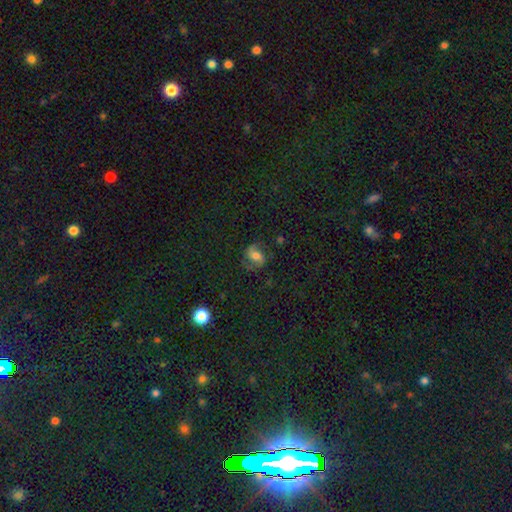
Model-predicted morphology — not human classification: Smooth or featured?
  - featured or disk: 58% *
  - smooth: 27%
  - star or artifact: 15%
Edge-on disk?
  - no: 97% *
  - yes: 3%
Bar?
  - no: 40% * (tied)
  - weak: 40% * (tied)
  - strong: 21%
Spiral arms?
  - yes: 91% *
  - no: 9%
Spiral winding?
  - medium: 52% *
  - loose: 29%
  - tight: 19%
Spiral arm count?
  - 2: 91% *
  - can't tell: 4%
  - 1: 2%
  - 3: 1%
  - 4: 1%
  - more than 4: 1%
Bulge size?
  - moderate: 61% *
  - large: 18%
  - small: 16%
  - none: 3%
  - dominant: 2%
Merging?
  - none: 75% *
  - minor disturbance: 15%
  - major disturbance: 9%
  - merger: 2%